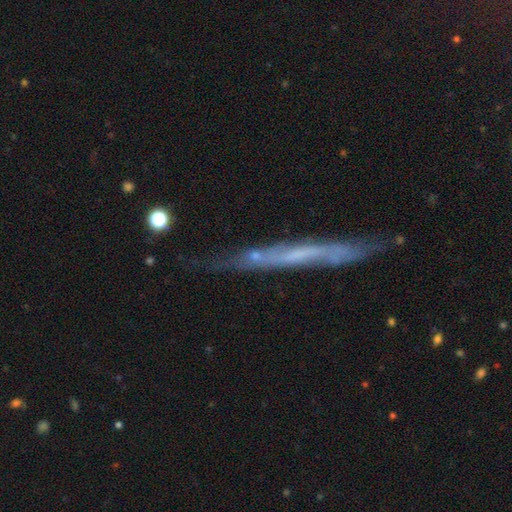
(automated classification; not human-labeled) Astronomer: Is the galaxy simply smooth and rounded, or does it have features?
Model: smooth — 46% (runner-up: featured or disk, 39%).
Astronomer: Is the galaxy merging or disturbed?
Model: none — 55%.